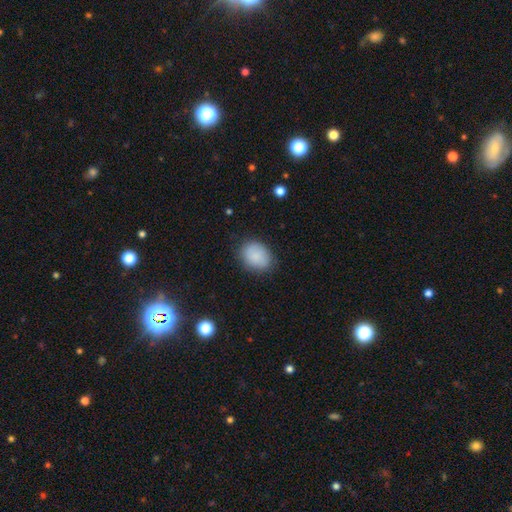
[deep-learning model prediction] A smooth galaxy with no disk features (87%) that is in between round and cigar-shaped (62%). Merging: none (82%).